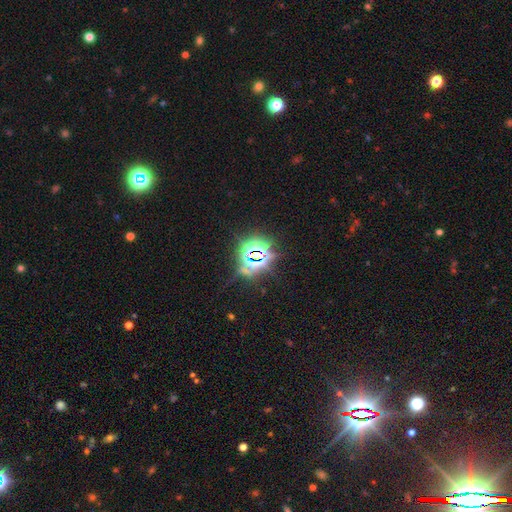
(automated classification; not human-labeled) star or artifact 81%, smooth 10%, featured or disk 9%.